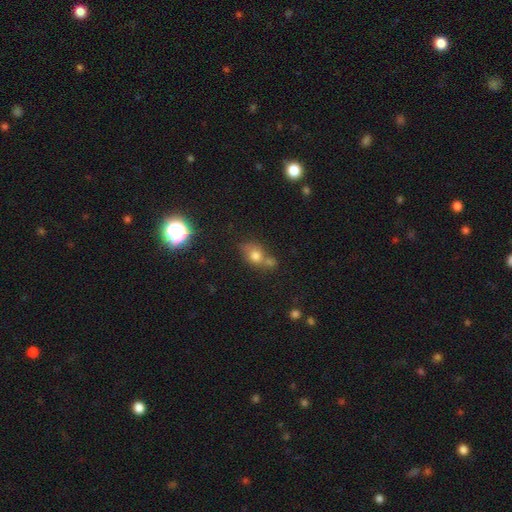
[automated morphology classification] Overall: smooth (68%). How rounded: in between (51%; round 46%). Merging: none (43%; merger 35%).